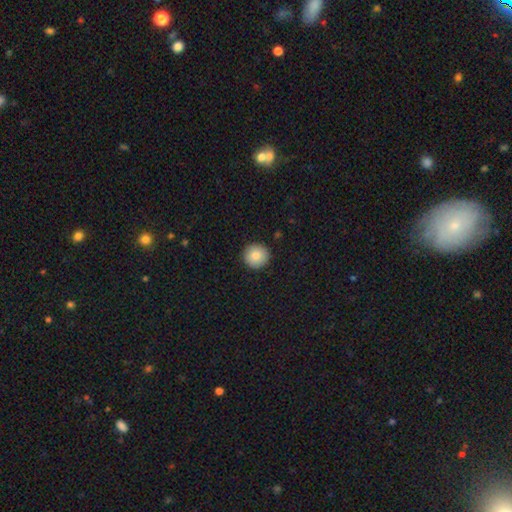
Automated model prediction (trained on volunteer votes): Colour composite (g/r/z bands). It shows a smooth galaxy with no disk features (86%) that is round (95%). Merging: none (92%).